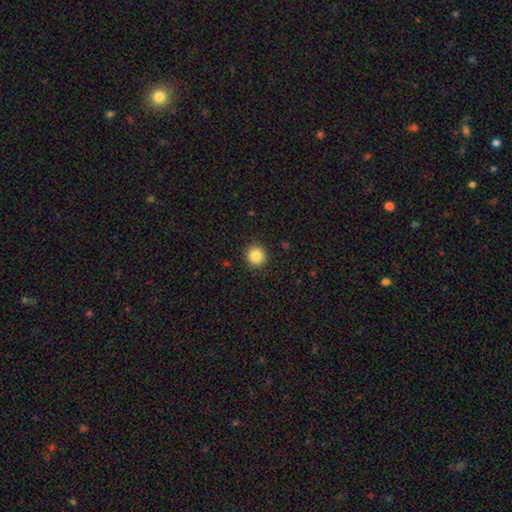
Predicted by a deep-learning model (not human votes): Smooth or featured? Predicted: smooth (p=0.87). How rounded? Predicted: round (p=0.93). Merging? Predicted: none (p=0.92).